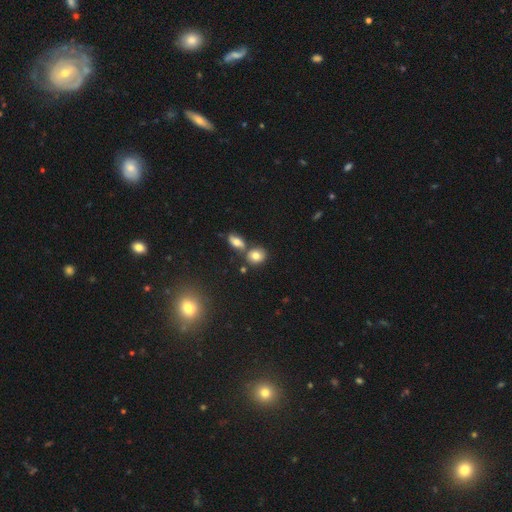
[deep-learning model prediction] Smooth or featured? Predicted: smooth (p=0.76). How rounded? Predicted: round (p=0.64). Merging? Predicted: none (p=0.61).